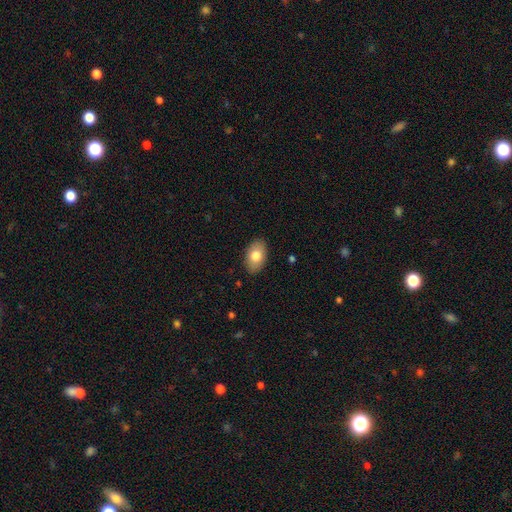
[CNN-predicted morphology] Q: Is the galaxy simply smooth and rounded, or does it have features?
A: smooth — 79%.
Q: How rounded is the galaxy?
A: in between — 91%.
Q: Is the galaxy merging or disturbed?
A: none — 87%.